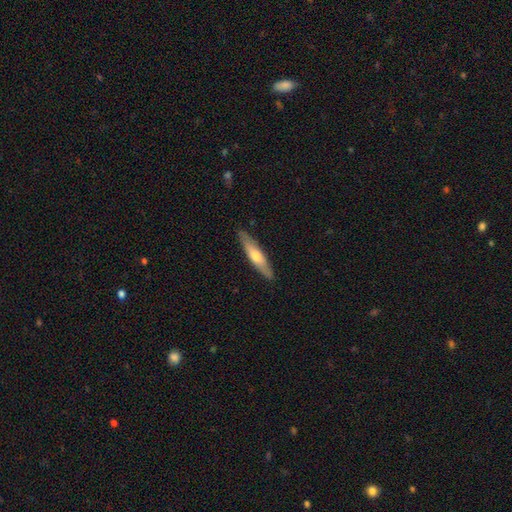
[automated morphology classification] Smooth or featured: smooth — 51% (featured or disk — 44%)
How rounded: cigar-shaped — 83% (in between — 16%)
Merging: none — 88% (minor disturbance — 9%)